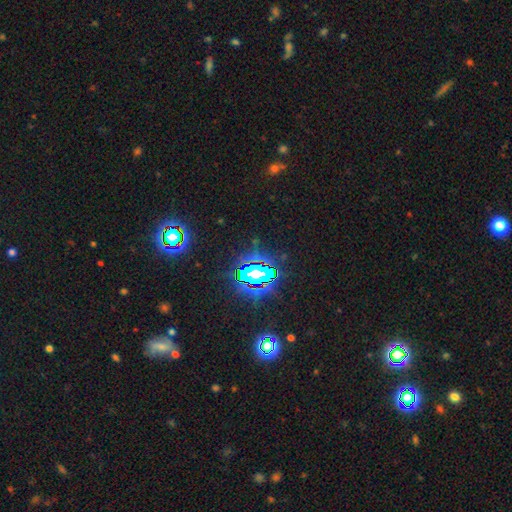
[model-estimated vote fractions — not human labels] A star or artifact, not a galaxy (81%).